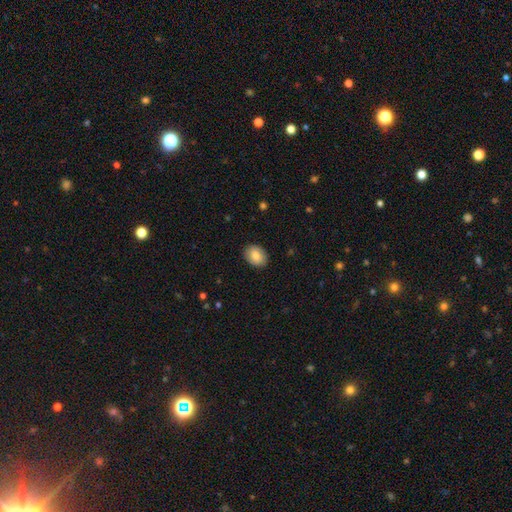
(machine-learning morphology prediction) Q: Smooth or featured?
A: smooth (83%); runner-up: featured or disk (10%)
Q: How rounded?
A: in between (63%); runner-up: round (36%)
Q: Merging?
A: none (89%); runner-up: minor disturbance (8%)